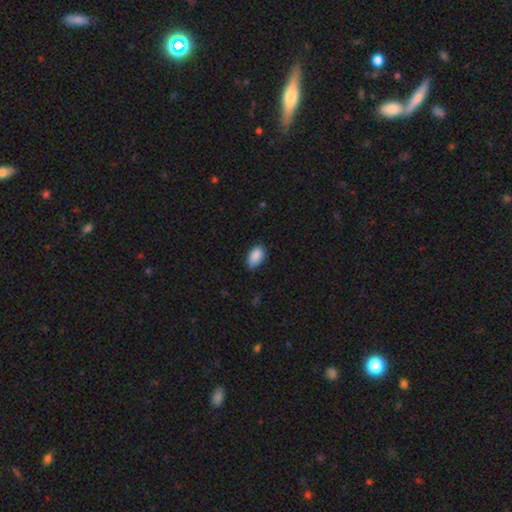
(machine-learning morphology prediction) The model was most divided on "merging": none: 82%, minor disturbance: 15%, major disturbance: 2%, merger: 1%. More confident: how rounded — in between (93%); smooth or featured — smooth (90%).